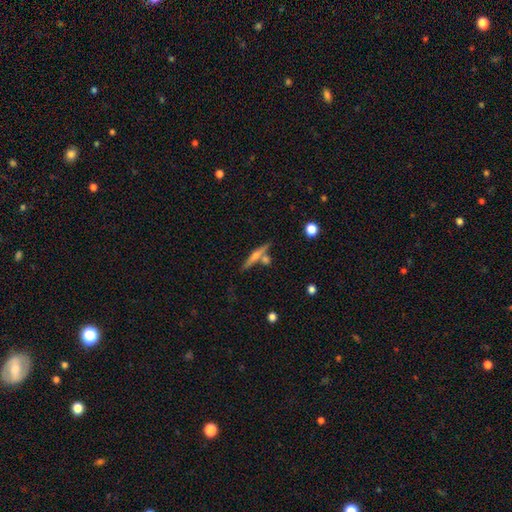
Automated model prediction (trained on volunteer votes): This appears to be a featured or disk galaxy (54%) viewed edge-on (95%) with a rounded central bulge (70%). Merging: none (67%).